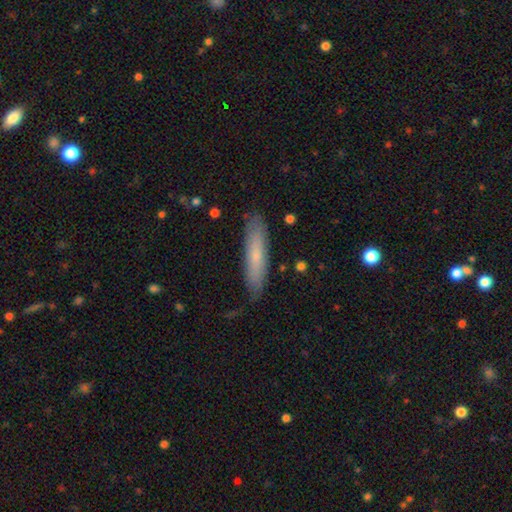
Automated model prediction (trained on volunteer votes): A smooth galaxy with no disk features (65%) that is cigar-shaped (84%).

Vote fractions:
- Smooth or featured? smooth: 65% / featured or disk: 29% / star or artifact: 6%
- How rounded? cigar-shaped: 84% / in between: 14% / round: 1%
- Merging? none: 85% / minor disturbance: 12% / major disturbance: 2% / merger: 1%